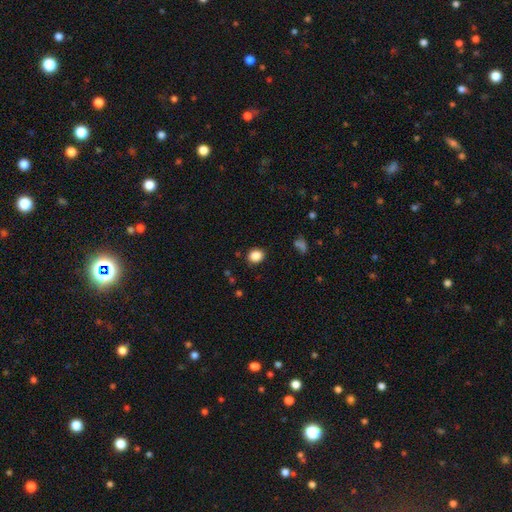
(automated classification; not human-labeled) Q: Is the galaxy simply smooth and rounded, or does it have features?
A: smooth — 87%.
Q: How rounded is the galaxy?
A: round — 67%.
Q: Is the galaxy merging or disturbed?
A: none — 88%.